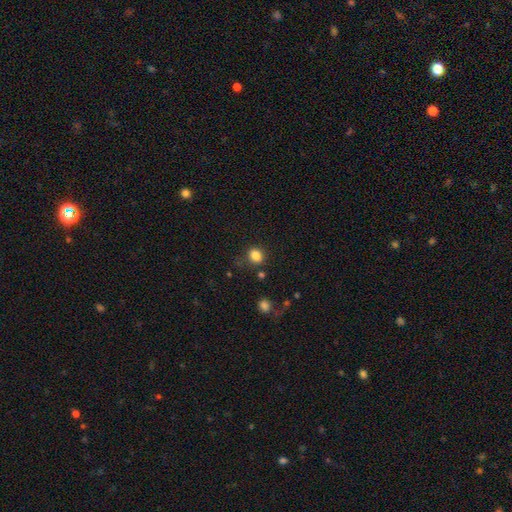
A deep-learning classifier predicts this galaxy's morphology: Smooth or featured? Predicted: smooth (p=0.84). How rounded? Predicted: round (p=0.58). Merging? Predicted: none (p=0.78).